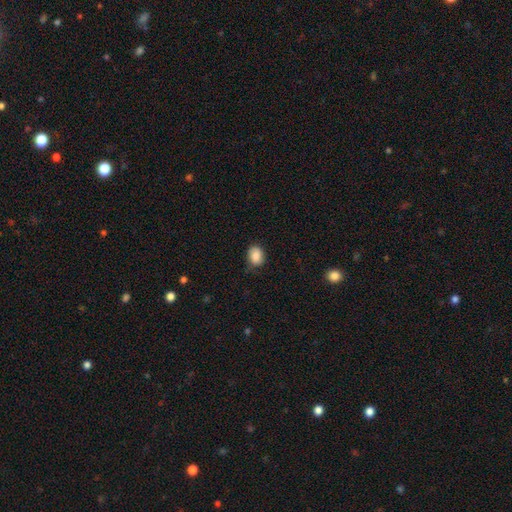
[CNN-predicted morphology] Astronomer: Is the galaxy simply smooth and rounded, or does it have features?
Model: smooth — 85%.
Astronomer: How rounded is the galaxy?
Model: in between — 61% (runner-up: round, 38%).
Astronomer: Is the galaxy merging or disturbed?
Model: none — 70%.